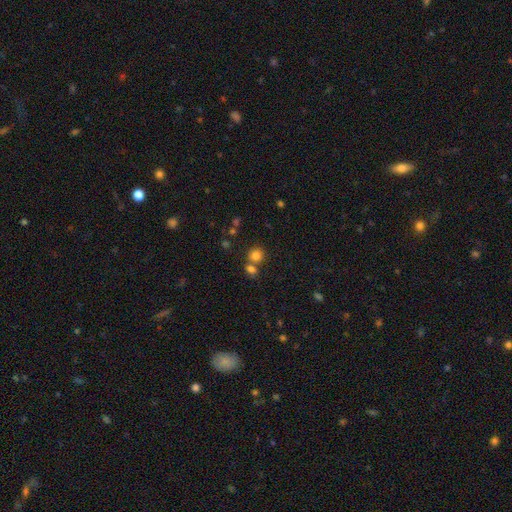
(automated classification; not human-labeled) A smooth galaxy with no disk features (80%) that is round (82%).

Vote fractions:
- Smooth or featured? smooth: 80% / star or artifact: 13% / featured or disk: 7%
- How rounded? round: 82% / in between: 17% / cigar-shaped: 1%
- Merging? none: 59% / merger: 29% / minor disturbance: 8% / major disturbance: 3%